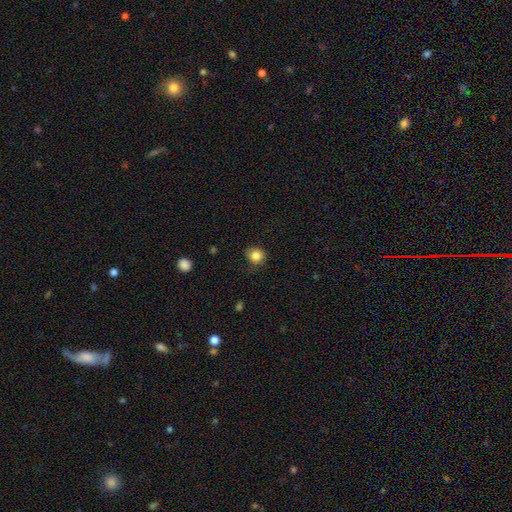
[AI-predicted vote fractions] Smooth or featured? Predicted: smooth (p=0.85). How rounded? Predicted: round (p=0.84). Merging? Predicted: none (p=0.80).